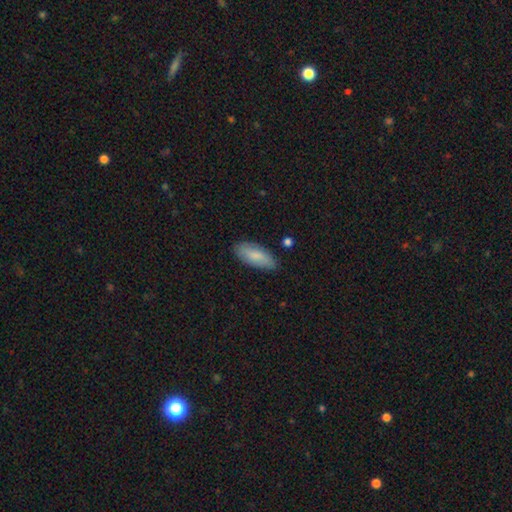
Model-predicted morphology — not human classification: Q: Smooth or featured?
A: smooth (80%); runner-up: featured or disk (14%)
Q: How rounded?
A: in between (83%); runner-up: cigar-shaped (15%)
Q: Merging?
A: none (82%); runner-up: minor disturbance (14%)